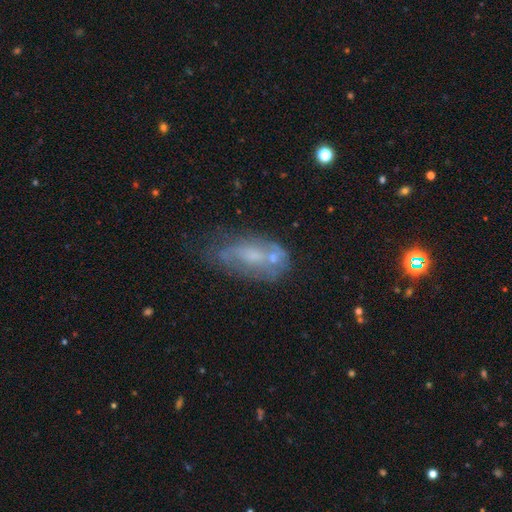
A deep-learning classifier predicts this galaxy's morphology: Smooth or featured?
  - featured or disk: 52% *
  - smooth: 37%
  - star or artifact: 12%
Edge-on disk?
  - no: 89% *
  - yes: 11%
Merging?
  - none: 43% *
  - minor disturbance: 24%
  - merger: 17%
  - major disturbance: 15%